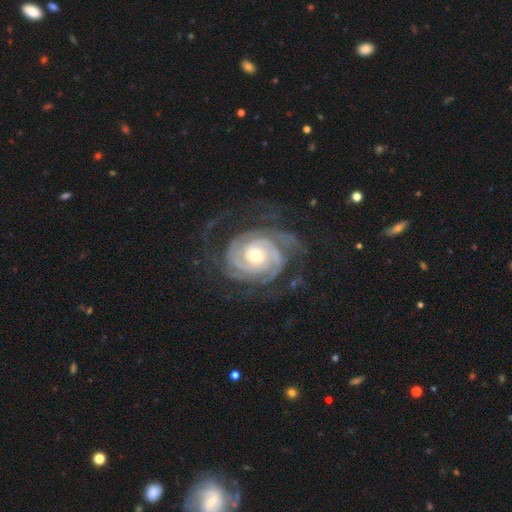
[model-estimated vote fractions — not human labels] Smooth or featured? featured or disk (92%)
Edge-on disk? no (98%)
Bar? no (70%)
Spiral arms? yes (98%)
Spiral winding? tight (79%)
Spiral arm count? 2 (27%)
Bulge size? moderate (53%)
Merging? none (68%)